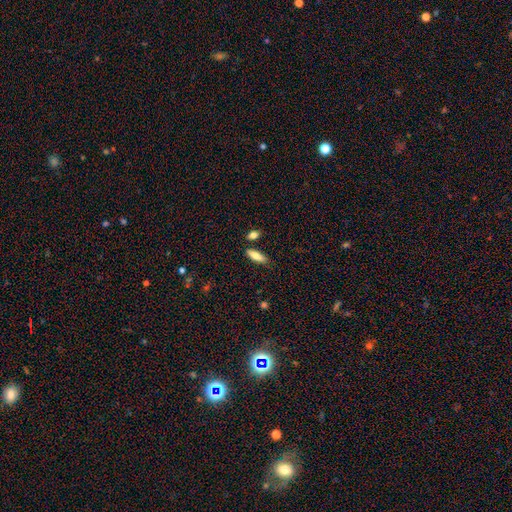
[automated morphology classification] smooth_or_featured: smooth (p=0.82) [alt: featured or disk p=0.12]
how_rounded: in between (p=0.52) [alt: cigar-shaped p=0.46]
merging: none (p=0.78) [alt: minor disturbance p=0.13]